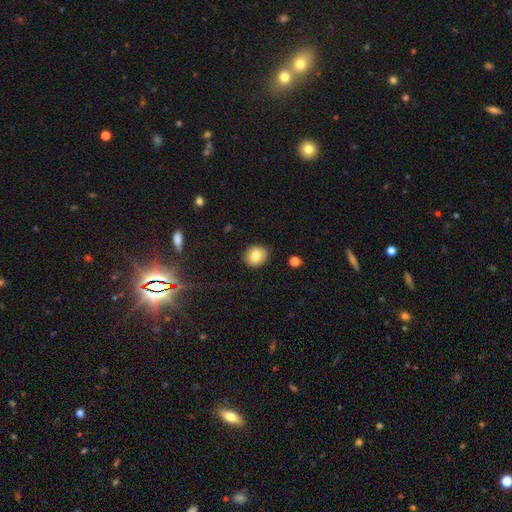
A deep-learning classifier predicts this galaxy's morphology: The model was most divided on "how rounded": round: 75%, in between: 24%, cigar-shaped: 1%. More confident: merging — none (89%); smooth or featured — smooth (82%).